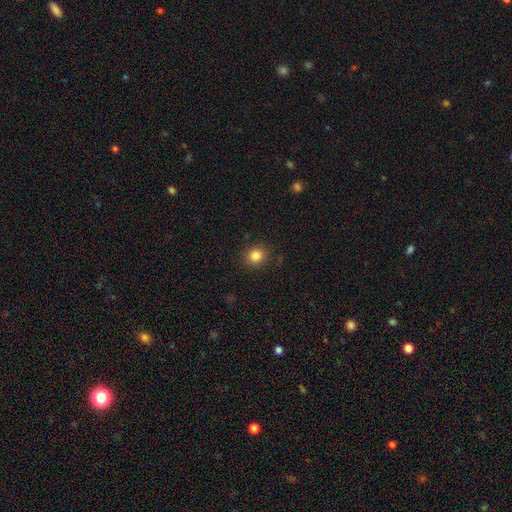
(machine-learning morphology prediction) smooth 84%, star or artifact 11%, featured or disk 5%. Down the decision tree: how rounded — round (78%); merging — none (89%).